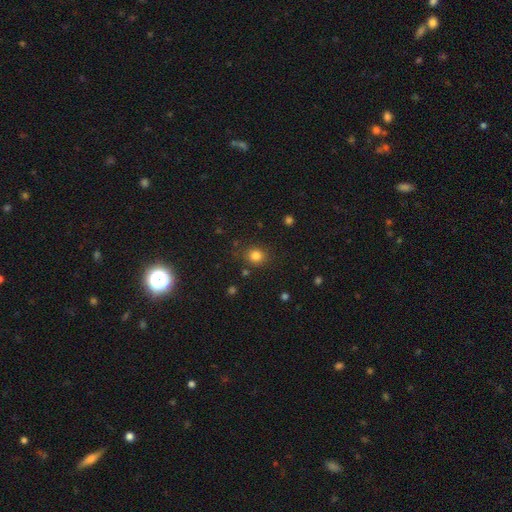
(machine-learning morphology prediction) A smooth galaxy with no disk features (82%) that is round (78%).

Vote fractions:
- Smooth or featured? smooth: 82% / star or artifact: 13% / featured or disk: 5%
- How rounded? round: 78% / in between: 21% / cigar-shaped: 1%
- Merging? none: 83% / minor disturbance: 10% / major disturbance: 4% / merger: 3%